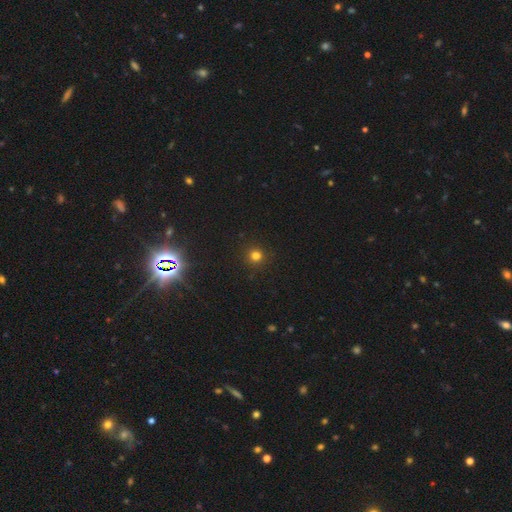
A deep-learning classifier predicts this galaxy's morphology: Smooth or featured? Predicted: smooth (p=0.77). How rounded? Predicted: round (p=0.92). Merging? Predicted: none (p=0.90).